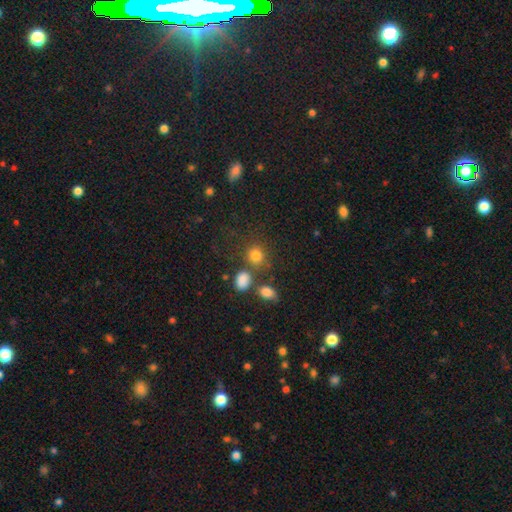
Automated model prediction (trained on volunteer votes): smooth_or_featured: smooth (p=0.80) [alt: star or artifact p=0.13]
how_rounded: round (p=0.75) [alt: in between p=0.24]
merging: none (p=0.66) [alt: merger p=0.15]